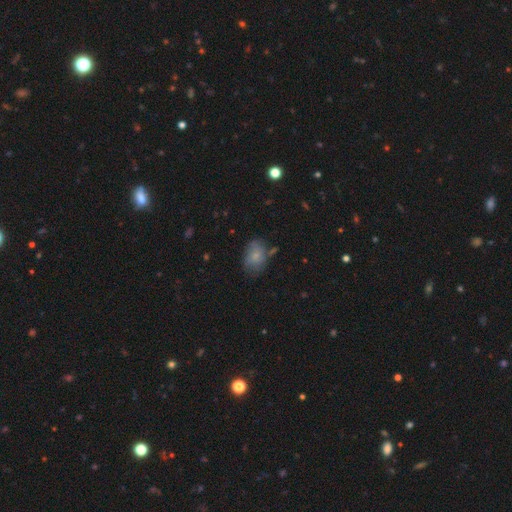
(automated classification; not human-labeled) Smooth or featured? Predicted: smooth (p=0.75). How rounded? Predicted: in between (p=0.73). Merging? Predicted: none (p=0.56).